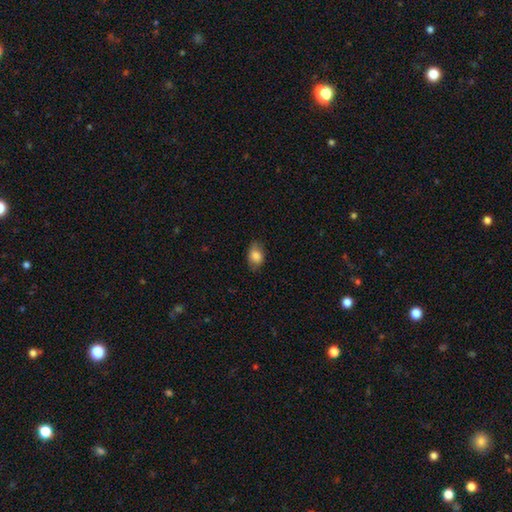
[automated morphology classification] Smooth or featured? smooth (83%)
How rounded? in between (79%)
Merging? none (74%)